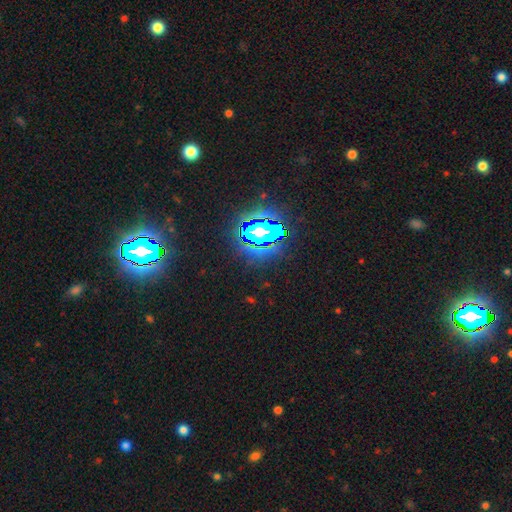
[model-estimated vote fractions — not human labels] Morphology: type=star or artifact (82%).